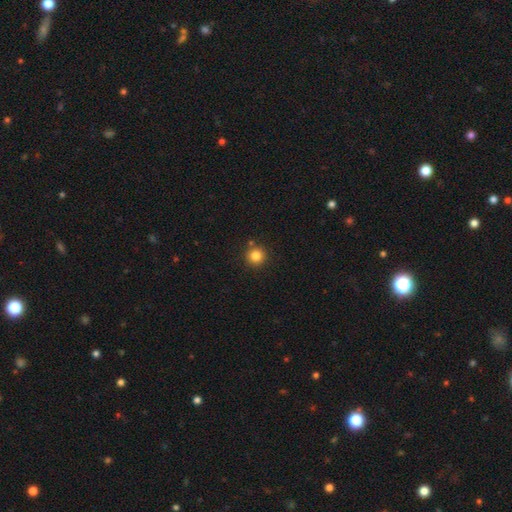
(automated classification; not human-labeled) Smooth or featured? Predicted: smooth (p=0.83). How rounded? Predicted: round (p=0.95). Merging? Predicted: none (p=0.85).